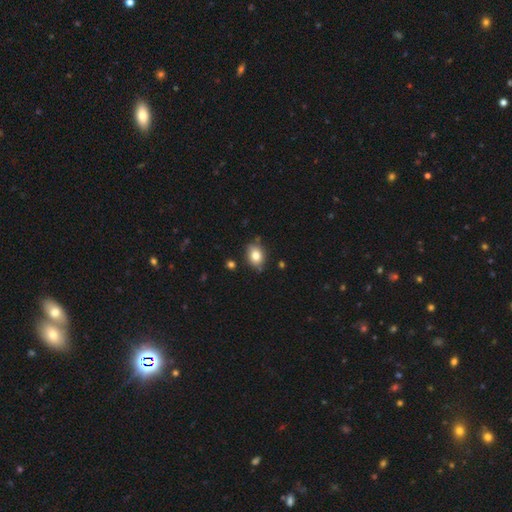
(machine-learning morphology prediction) smooth 81%, featured or disk 10%, star or artifact 9%. Down the decision tree: how rounded — in between (67%); merging — none (78%).